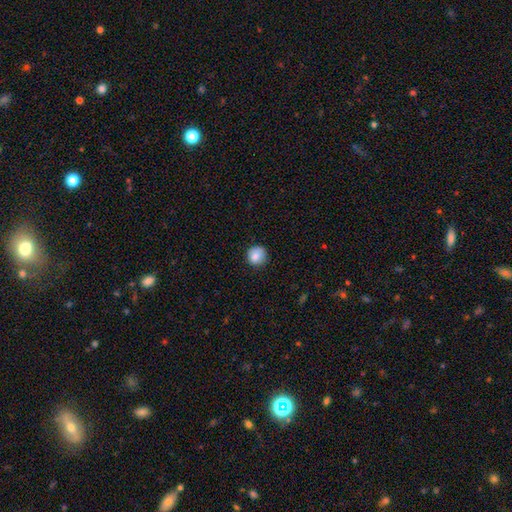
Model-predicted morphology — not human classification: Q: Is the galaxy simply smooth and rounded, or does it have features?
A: smooth — 83%.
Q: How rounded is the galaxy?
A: round — 93%.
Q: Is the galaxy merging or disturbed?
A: none — 82%.